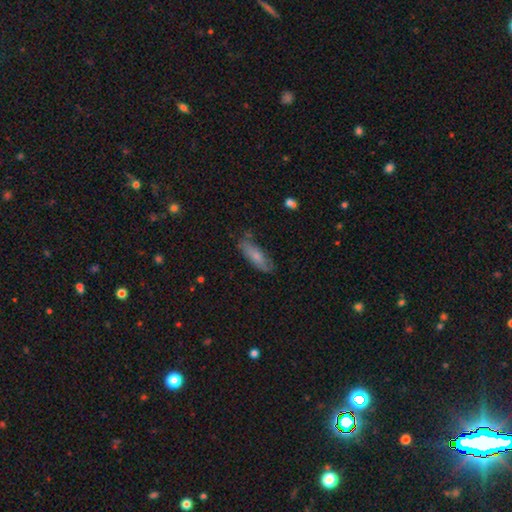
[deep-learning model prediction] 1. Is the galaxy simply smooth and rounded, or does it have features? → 71% smooth, 23% featured or disk, 6% star or artifact.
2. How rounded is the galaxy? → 54% in between, 44% cigar-shaped, 2% round.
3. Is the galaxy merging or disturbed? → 70% none, 22% minor disturbance, 5% major disturbance, 2% merger.